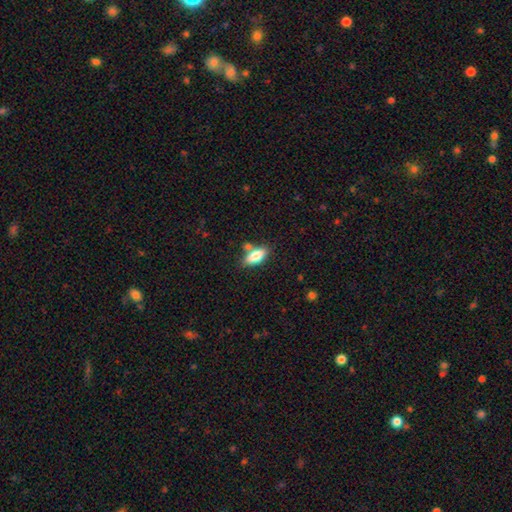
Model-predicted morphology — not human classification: Smooth or featured? smooth (79%)
How rounded? in between (82%)
Merging? none (69%)